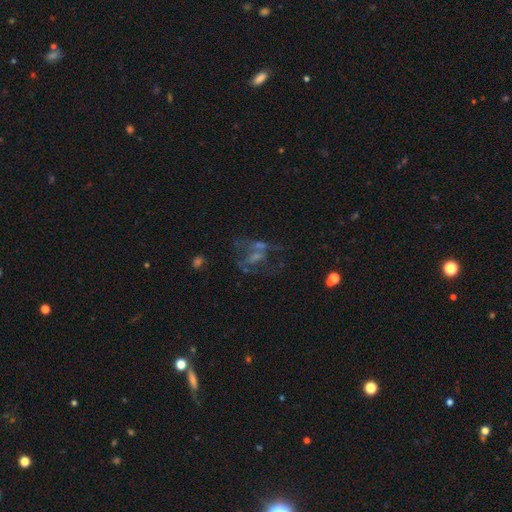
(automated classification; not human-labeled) This is possibly a featured or disk galaxy (53%). It is clearly not viewed edge-on (95%). Bar: likely no (69%). Spiral arm pattern: likely no (69%). Central bulge: possibly none (49%). Merging: marginally none (41%).